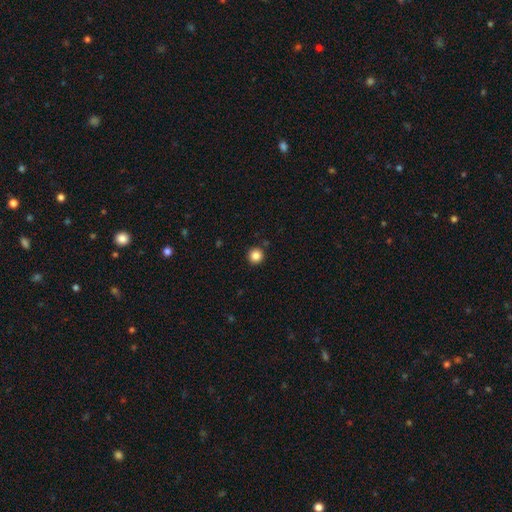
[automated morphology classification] type=smooth (85%); roundness=round (96%); merging=none (92%).